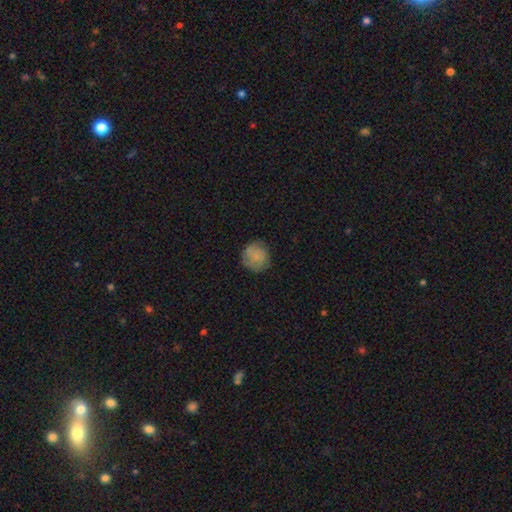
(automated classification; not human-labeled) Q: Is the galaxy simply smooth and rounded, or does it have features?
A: smooth — 59%.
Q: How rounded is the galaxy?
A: round — 87%.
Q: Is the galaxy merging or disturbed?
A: none — 77%.